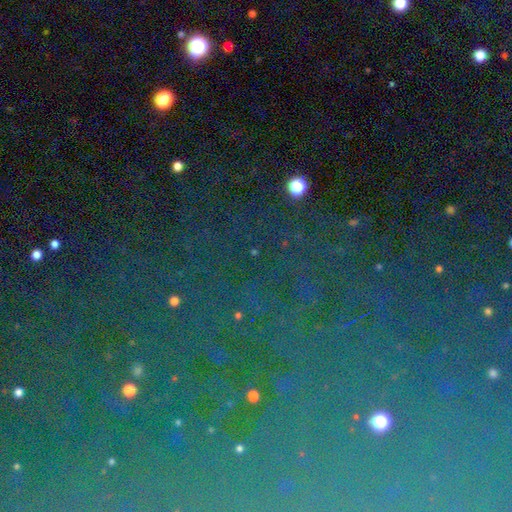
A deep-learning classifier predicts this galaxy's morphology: This appears to be a star or artifact, not a galaxy (78%).